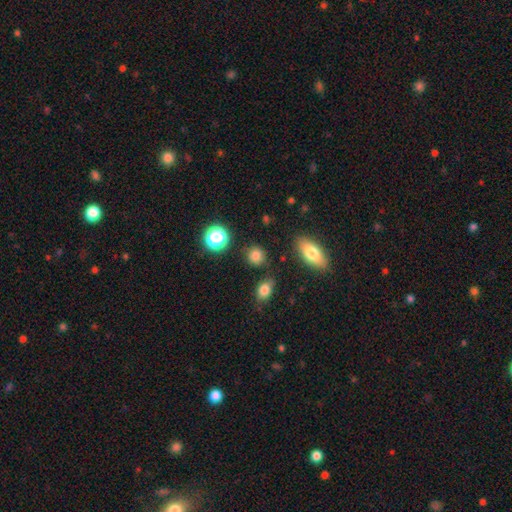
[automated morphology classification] A smooth galaxy with no disk features (80%) that is round (83%). Merging: none (84%).